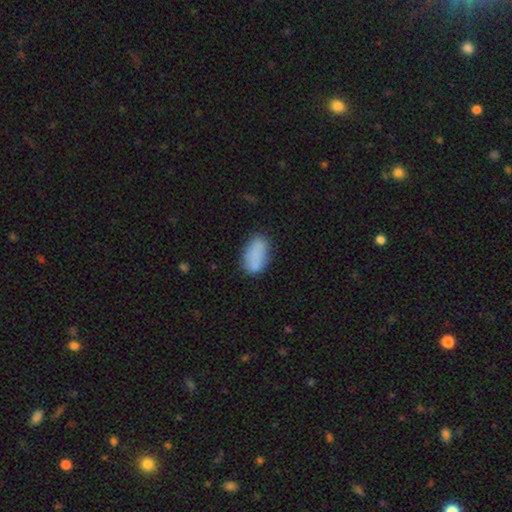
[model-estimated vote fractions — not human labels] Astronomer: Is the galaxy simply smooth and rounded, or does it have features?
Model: smooth — 82%.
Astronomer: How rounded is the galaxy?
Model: in between — 91%.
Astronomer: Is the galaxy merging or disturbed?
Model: none — 68%.